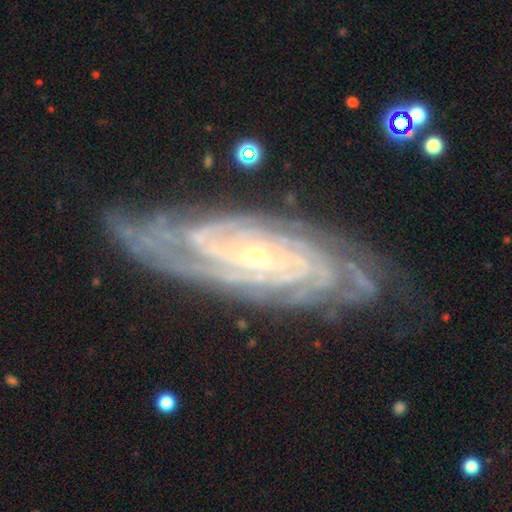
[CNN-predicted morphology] featured or disk 91%, star or artifact 5%, smooth 4%. Down the decision tree: edge-on disk — no (92%); bar — no (60%); spiral arms — yes (98%); spiral arm count — can't tell (22%, tied with 4); spiral winding — tight (80%); bulge size — small (73%); merging — none (75%).